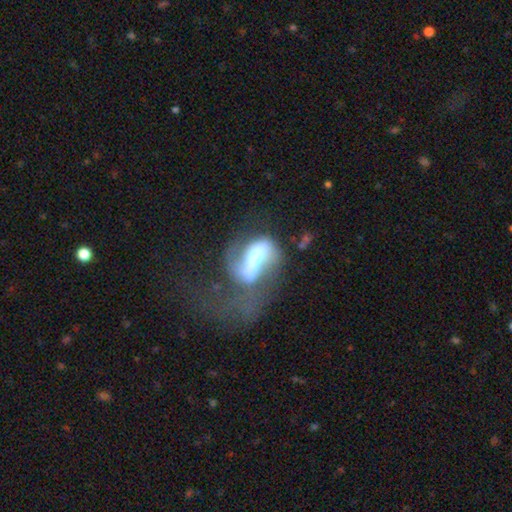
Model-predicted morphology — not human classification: Smooth or featured? featured or disk (58%)
Edge-on disk? no (86%)
Merging? major disturbance (49%)